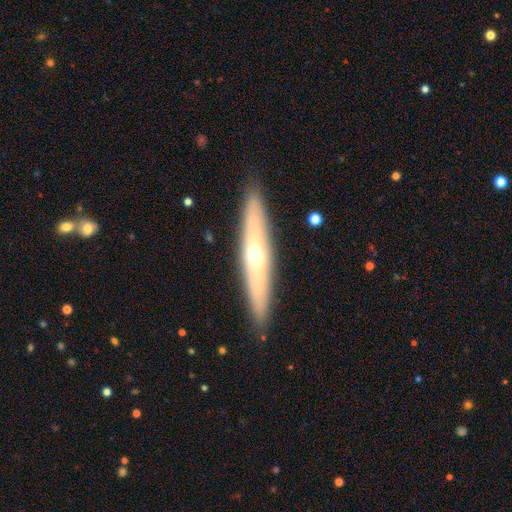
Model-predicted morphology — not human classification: Smooth or featured?
  - featured or disk: 58% *
  - smooth: 36%
  - star or artifact: 7%
Edge-on disk?
  - yes: 83% *
  - no: 17%
Merging?
  - none: 90% *
  - minor disturbance: 8%
  - major disturbance: 2%
  - merger: 1%